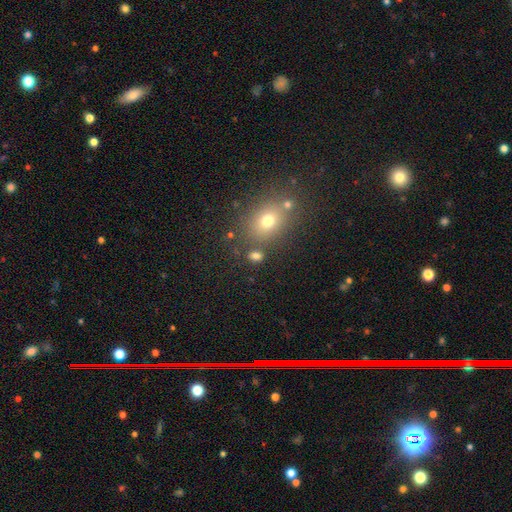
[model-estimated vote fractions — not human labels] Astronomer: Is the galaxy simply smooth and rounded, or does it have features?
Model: smooth — 74%.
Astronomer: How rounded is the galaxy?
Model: in between — 57% (runner-up: round, 41%).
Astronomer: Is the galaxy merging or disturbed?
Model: none — 72%.